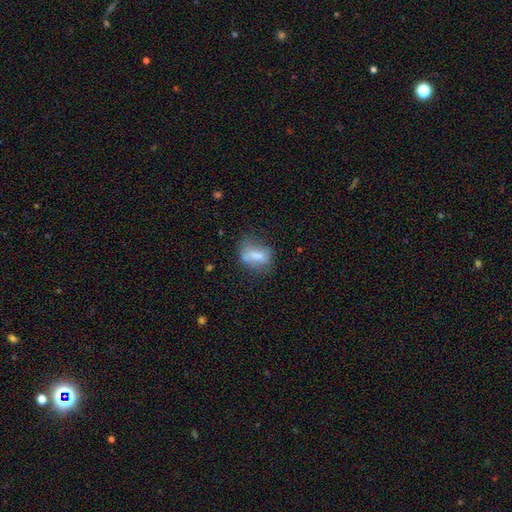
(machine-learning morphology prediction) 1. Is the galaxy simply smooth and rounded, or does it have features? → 66% smooth, 25% featured or disk, 9% star or artifact.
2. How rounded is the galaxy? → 77% in between, 19% round, 4% cigar-shaped.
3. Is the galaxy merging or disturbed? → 42% none, 29% minor disturbance, 20% major disturbance, 10% merger.